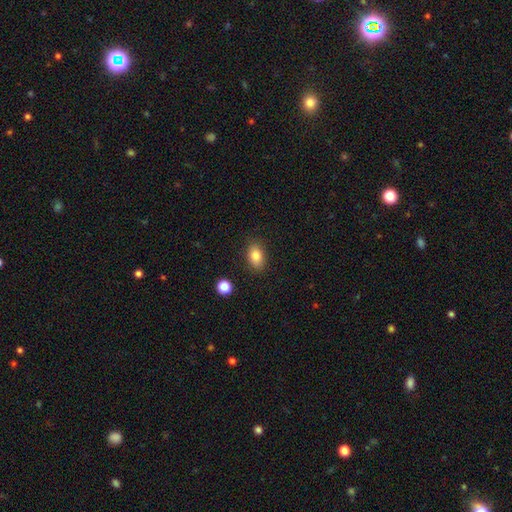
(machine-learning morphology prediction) A smooth galaxy with no disk features (83%) that is in between round and cigar-shaped (85%). Merging: none (85%).